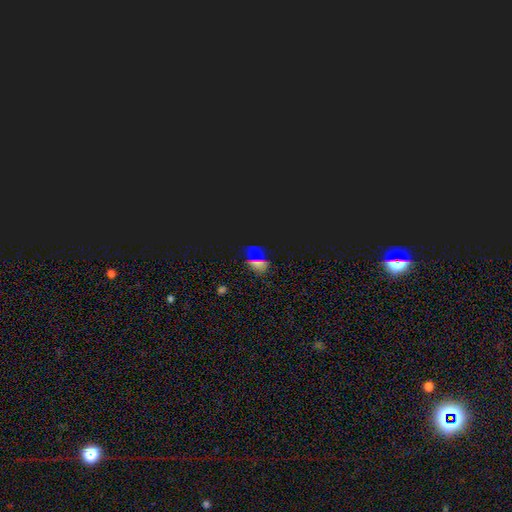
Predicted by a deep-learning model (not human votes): A star or artifact, not a galaxy (62%).